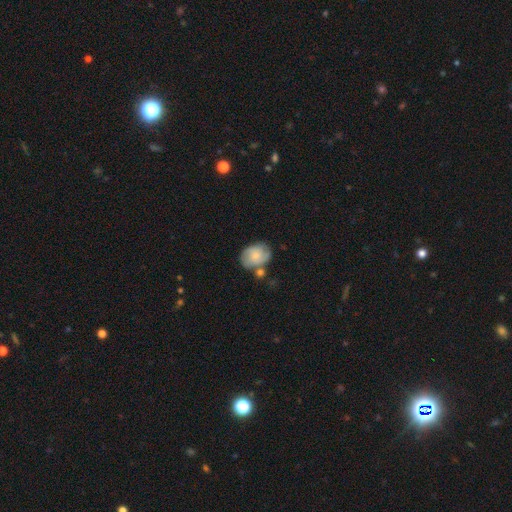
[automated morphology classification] smooth-or-featured: smooth: 61% | featured or disk: 32% | star or artifact: 7%
  how-rounded: in between: 61% | round: 37% | cigar-shaped: 1%
  merging: none: 55% | minor disturbance: 21% | merger: 17% | major disturbance: 7%